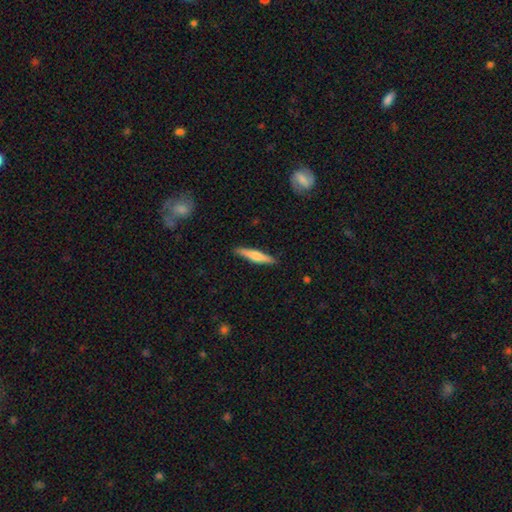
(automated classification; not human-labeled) Smooth or featured?
  - smooth: 51% *
  - featured or disk: 44%
  - star or artifact: 5%
How rounded?
  - cigar-shaped: 89% *
  - in between: 9%
  - round: 2%
Merging?
  - none: 89% *
  - minor disturbance: 8%
  - major disturbance: 2%
  - merger: 1%